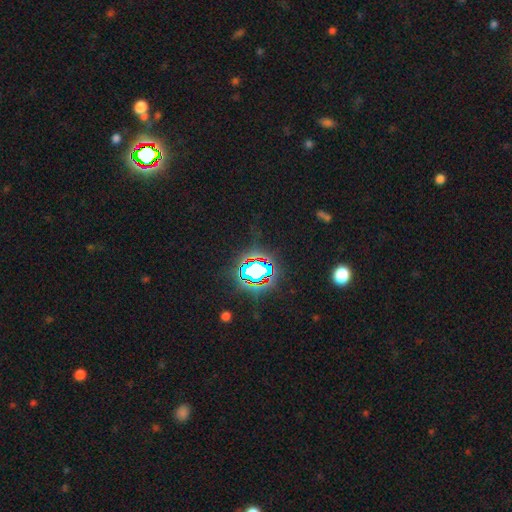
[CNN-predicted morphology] smooth-or-featured: star or artifact: 82% | smooth: 11% | featured or disk: 7%